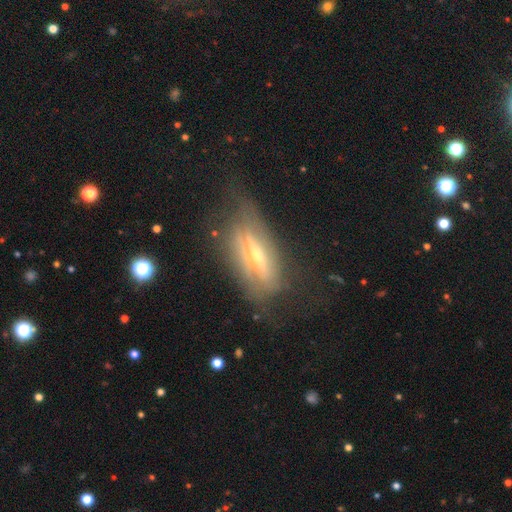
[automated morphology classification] Smooth or featured: featured or disk — 72% (smooth — 20%)
Edge-on disk: yes — 72% (no — 28%)
Edge-on bulge: rounded — 85% (none — 9%)
Merging: none — 56% (minor disturbance — 25%)